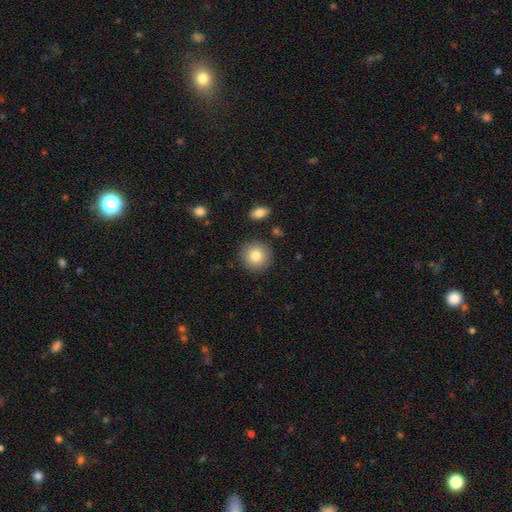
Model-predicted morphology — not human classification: This appears to be a smooth galaxy with no disk features (81%) that is round (93%). Merging: none (88%).